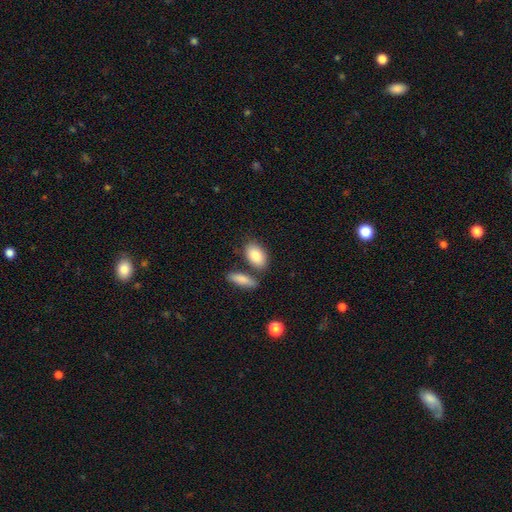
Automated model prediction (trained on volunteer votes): A smooth galaxy with no disk features (84%) that is in between round and cigar-shaped (90%). Merging: none (67%).